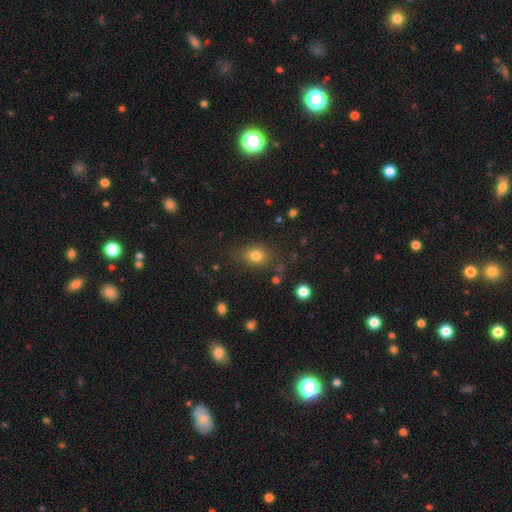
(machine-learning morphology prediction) Smooth or featured? Predicted: smooth (p=0.79). How rounded? Predicted: in between (p=0.50). Merging? Predicted: none (p=0.76).